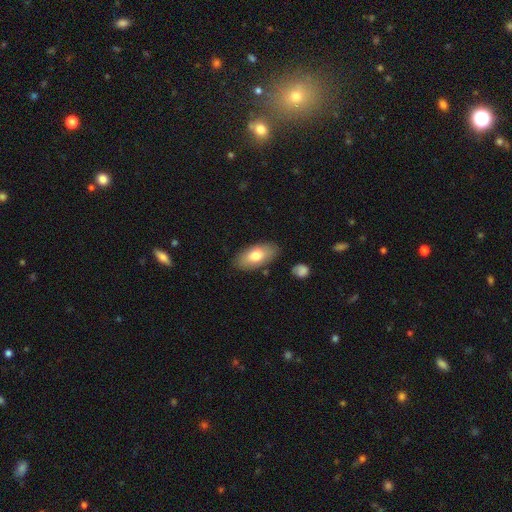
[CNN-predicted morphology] Q: Smooth or featured?
A: smooth (75%); runner-up: featured or disk (19%)
Q: How rounded?
A: in between (91%); runner-up: cigar-shaped (6%)
Q: Merging?
A: none (84%); runner-up: minor disturbance (11%)